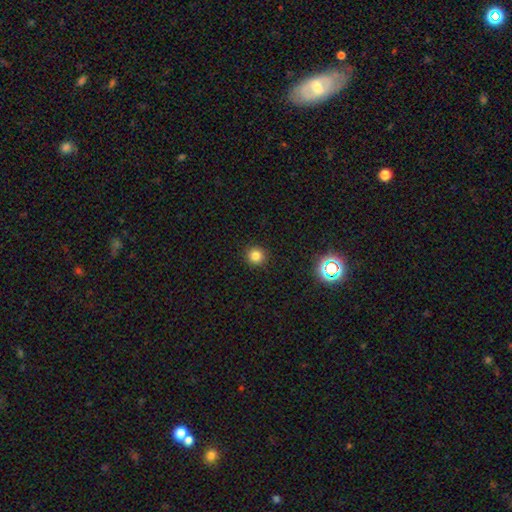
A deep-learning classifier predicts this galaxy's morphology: The model was most divided on "smooth or featured": smooth: 81%, star or artifact: 15%, featured or disk: 4%. More confident: how rounded — round (94%); merging — none (92%).